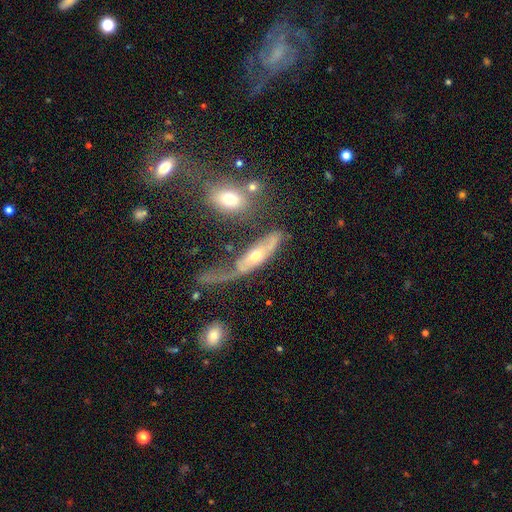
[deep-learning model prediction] featured or disk 64%, smooth 28%, star or artifact 8%. Down the decision tree: edge-on disk — no (66%); merging — major disturbance (38%).